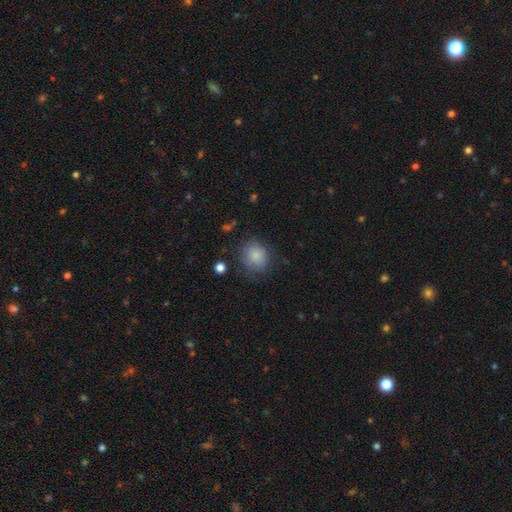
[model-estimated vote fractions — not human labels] A smooth galaxy with no disk features (82%) that is round (75%). Merging: none (68%).